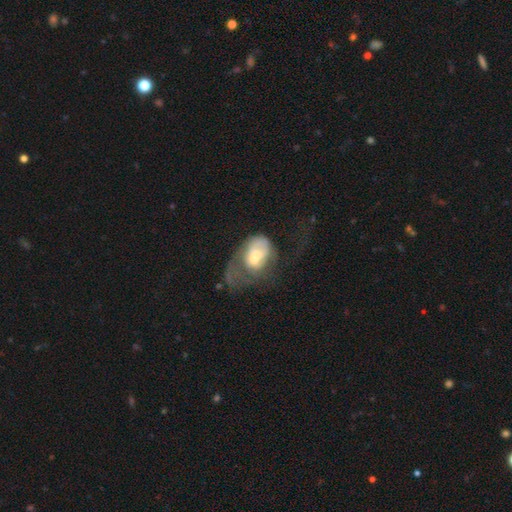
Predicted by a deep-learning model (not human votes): Q: Smooth or featured?
A: featured or disk (51%); runner-up: smooth (41%)
Q: Edge-on disk?
A: no (97%); runner-up: yes (3%)
Q: Merging?
A: major disturbance (48%); runner-up: merger (28%)